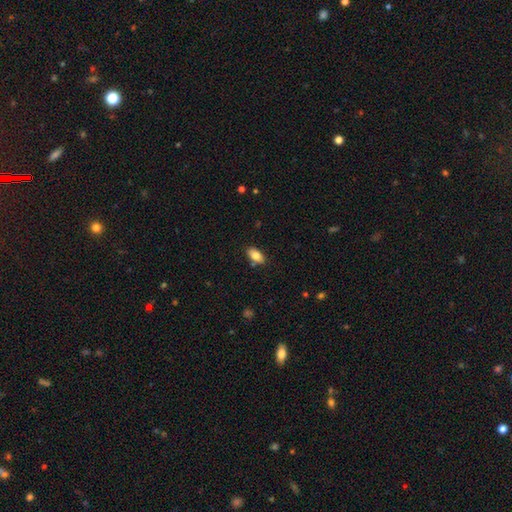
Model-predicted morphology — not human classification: Q: Smooth or featured?
A: smooth (81%); runner-up: featured or disk (12%)
Q: How rounded?
A: in between (92%); runner-up: cigar-shaped (4%)
Q: Merging?
A: none (82%); runner-up: minor disturbance (12%)